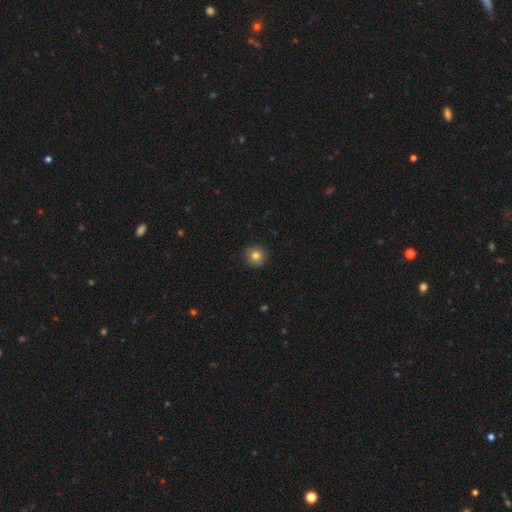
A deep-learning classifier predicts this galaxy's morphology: The model was most divided on "smooth or featured": smooth: 81%, star or artifact: 11%, featured or disk: 8%. More confident: how rounded — round (94%); merging — none (91%).